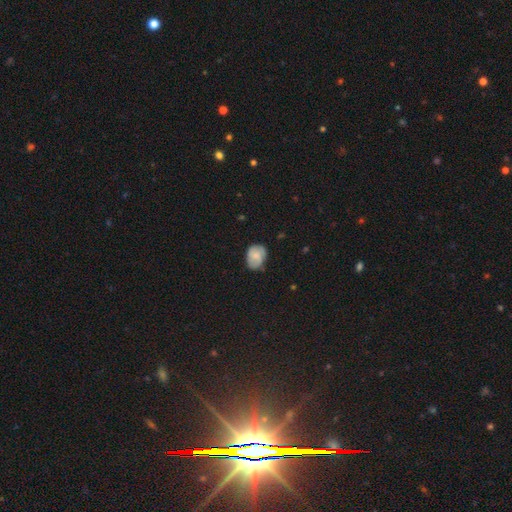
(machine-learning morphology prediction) Smooth or featured? Predicted: smooth (p=0.67). How rounded? Predicted: in between (p=0.63). Merging? Predicted: none (p=0.63).